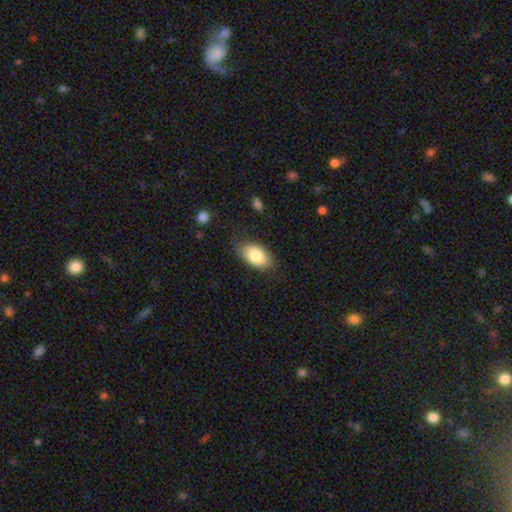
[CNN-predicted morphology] The model was most divided on "merging": none: 81%, minor disturbance: 14%, major disturbance: 3%, merger: 1%. More confident: how rounded — in between (92%); smooth or featured — smooth (81%).